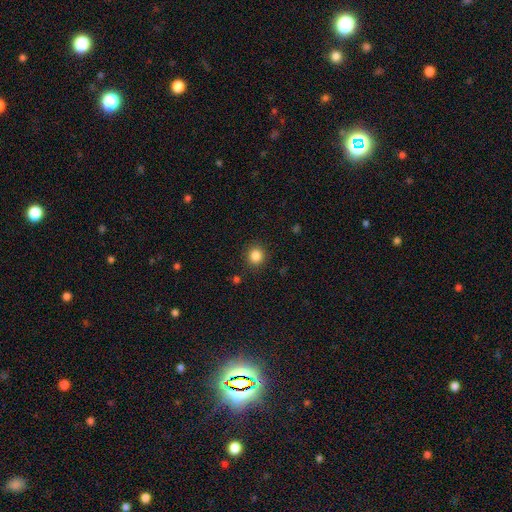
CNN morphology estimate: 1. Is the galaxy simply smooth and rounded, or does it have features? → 85% smooth, 11% star or artifact, 4% featured or disk.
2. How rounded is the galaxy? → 89% round, 10% in between, 1% cigar-shaped.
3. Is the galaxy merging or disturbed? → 90% none, 6% minor disturbance, 2% major disturbance, 1% merger.